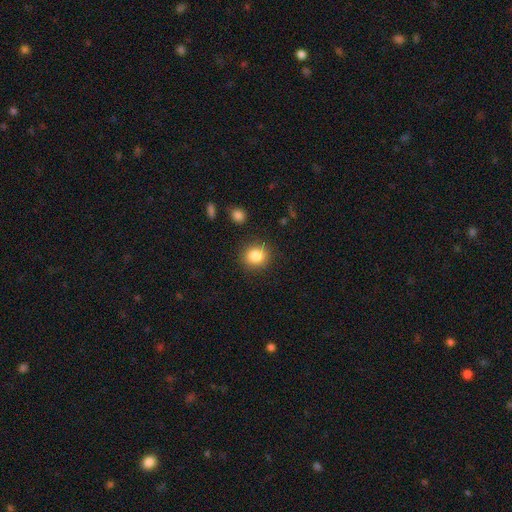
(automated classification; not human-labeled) Smooth or featured? smooth (85%)
How rounded? round (80%)
Merging? none (87%)